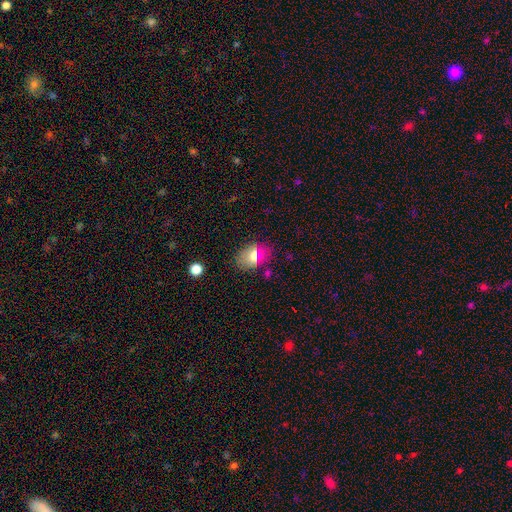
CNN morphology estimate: This is likely a smooth galaxy (65%). How rounded: clearly in between (81%). Merging: likely none (79%).